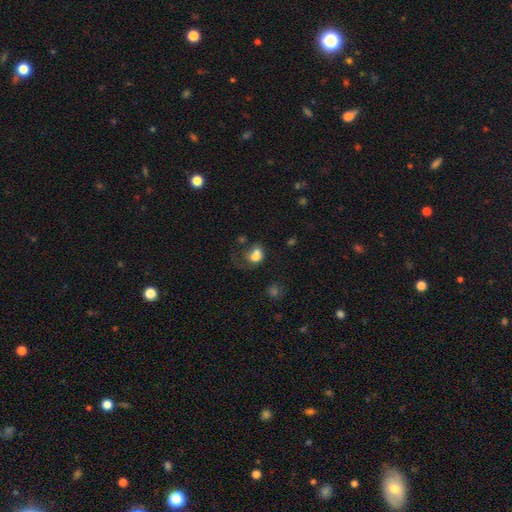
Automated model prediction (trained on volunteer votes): This is likely a smooth galaxy (69%). How rounded: possibly in between (51%). Merging: marginally merger (37%).